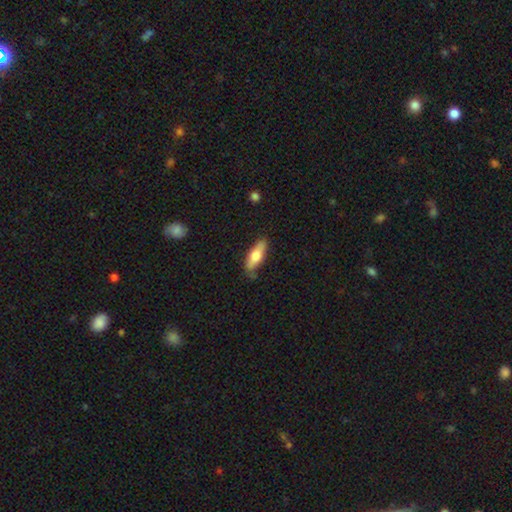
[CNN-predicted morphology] This is likely a smooth galaxy (65%). How rounded: possibly in between (56%). Merging: likely none (77%).